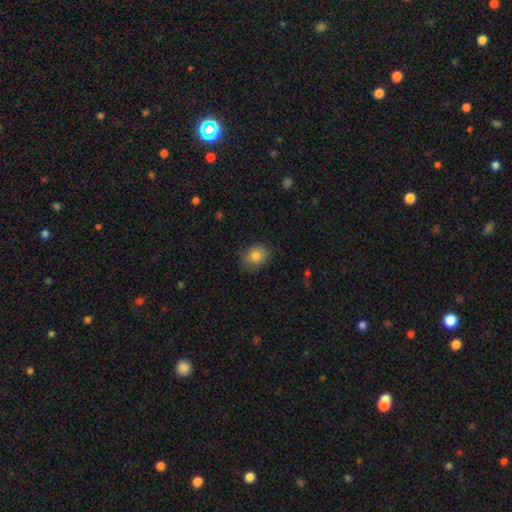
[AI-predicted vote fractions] A smooth galaxy with no disk features (81%) that is in between round and cigar-shaped (50%). Merging: none (74%).